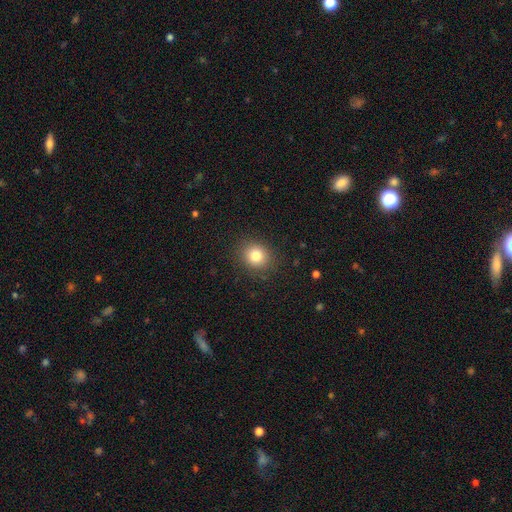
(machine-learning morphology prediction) Smooth or featured: smooth — 81% (star or artifact — 12%)
How rounded: round — 80% (in between — 20%)
Merging: none — 88% (minor disturbance — 8%)